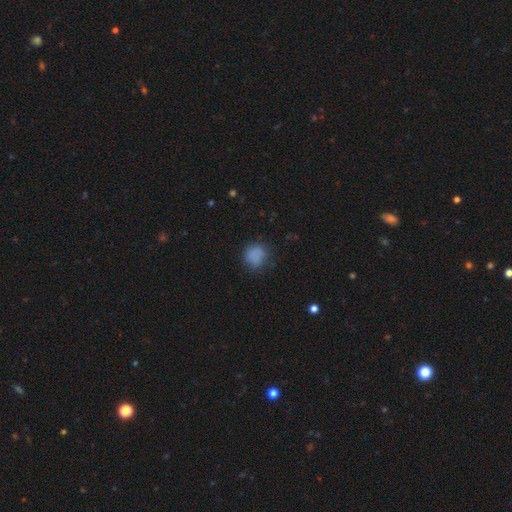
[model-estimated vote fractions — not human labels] A smooth galaxy with no disk features (82%) that is round (84%).

Vote fractions:
- Smooth or featured? smooth: 82% / star or artifact: 12% / featured or disk: 6%
- How rounded? round: 84% / in between: 16% / cigar-shaped: 1%
- Merging? none: 76% / minor disturbance: 17% / major disturbance: 6% / merger: 1%